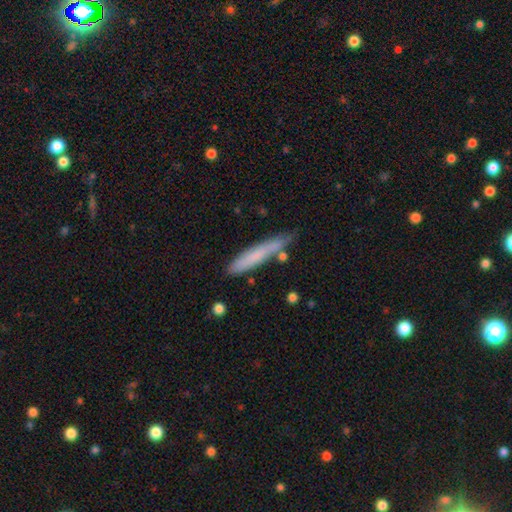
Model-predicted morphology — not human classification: Smooth or featured? Predicted: smooth (p=0.70). How rounded? Predicted: cigar-shaped (p=0.93). Merging? Predicted: none (p=0.75).